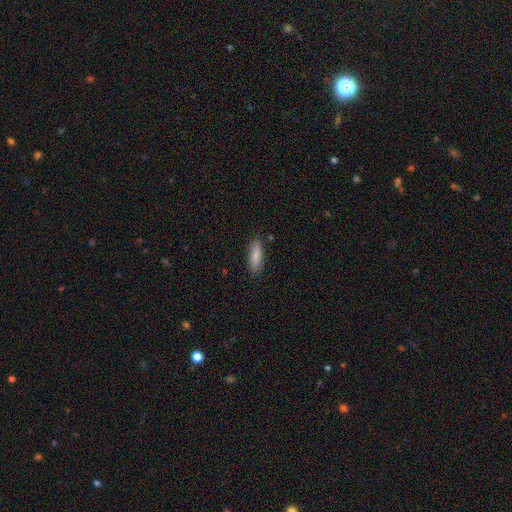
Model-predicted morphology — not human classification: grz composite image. It shows a smooth galaxy with no disk features (84%) that is in between round and cigar-shaped (52%). Merging: none (85%).